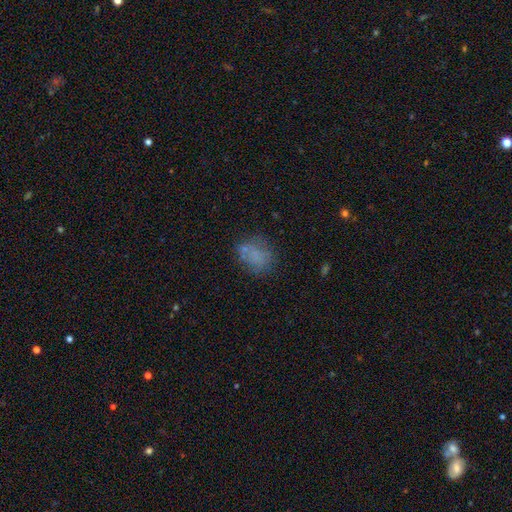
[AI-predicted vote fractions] Q: Smooth or featured?
A: smooth (61%); runner-up: featured or disk (24%)
Q: How rounded?
A: in between (50%); runner-up: round (49%)
Q: Merging?
A: none (58%); runner-up: minor disturbance (20%)